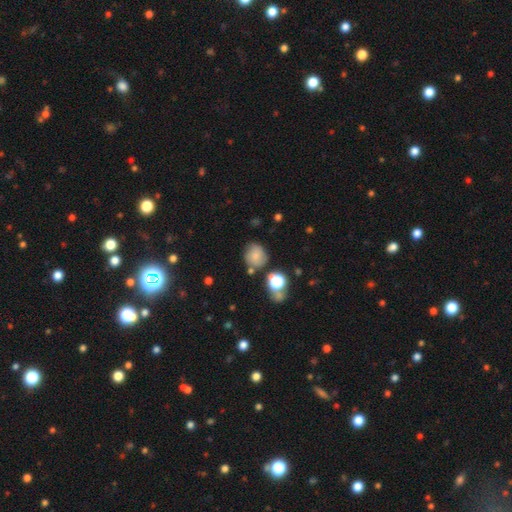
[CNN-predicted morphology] smooth 72%, featured or disk 15%, star or artifact 13%. Down the decision tree: how rounded — round (78%); merging — none (65%).